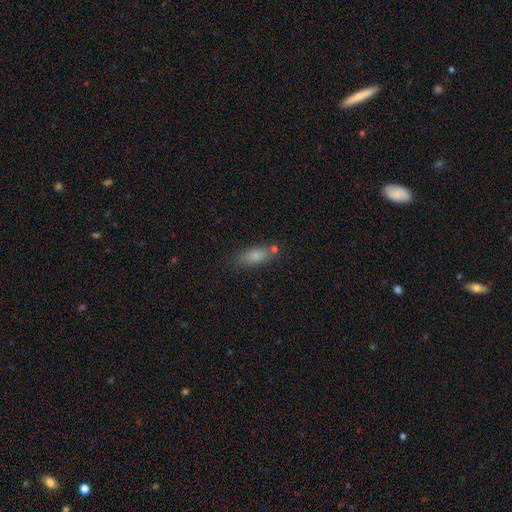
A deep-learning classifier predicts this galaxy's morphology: Smooth or featured? smooth (79%)
How rounded? in between (76%)
Merging? none (66%)